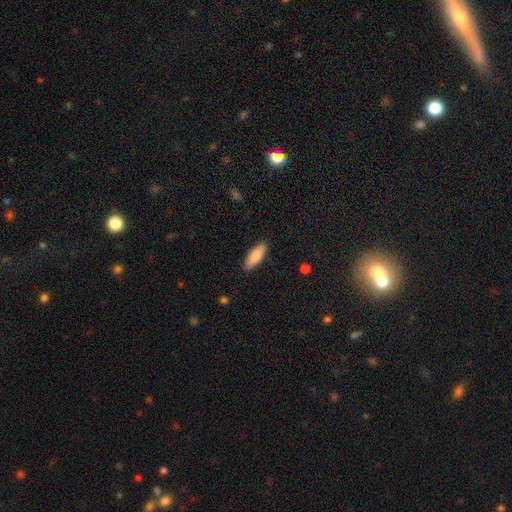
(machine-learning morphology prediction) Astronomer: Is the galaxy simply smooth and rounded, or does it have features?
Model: smooth — 85%.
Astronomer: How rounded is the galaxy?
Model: in between — 63%.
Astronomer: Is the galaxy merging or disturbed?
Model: none — 89%.